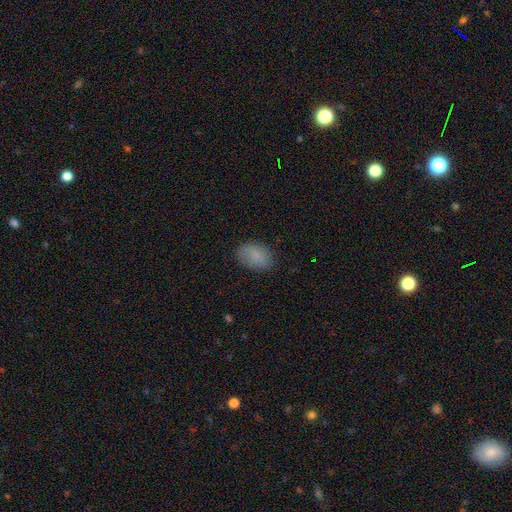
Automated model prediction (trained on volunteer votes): Smooth or featured?
  - smooth: 84% *
  - featured or disk: 8%
  - star or artifact: 8%
How rounded?
  - in between: 87% *
  - round: 12%
  - cigar-shaped: 1%
Merging?
  - none: 79% *
  - minor disturbance: 16%
  - major disturbance: 4%
  - merger: 1%